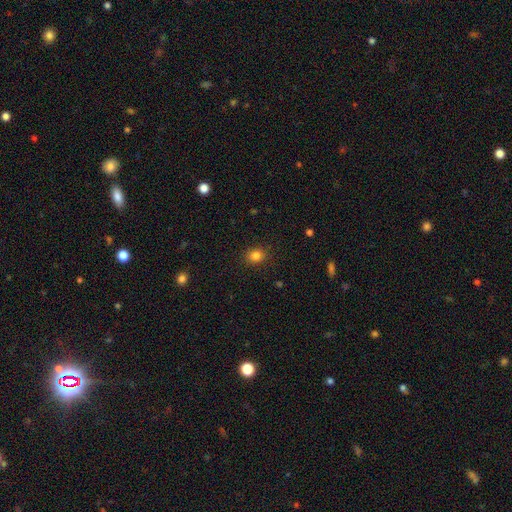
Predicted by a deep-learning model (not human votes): Overall: smooth (83%). How rounded: round (68%; in between 31%). Merging: none (89%).